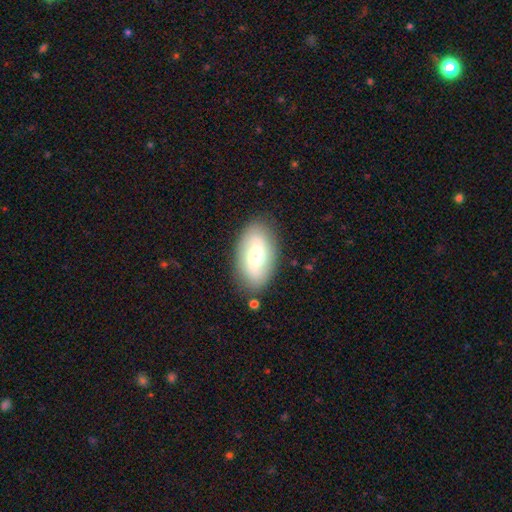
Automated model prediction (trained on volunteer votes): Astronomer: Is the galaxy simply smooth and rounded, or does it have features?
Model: smooth — 52% (runner-up: featured or disk, 40%).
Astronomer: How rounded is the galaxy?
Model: in between — 91%.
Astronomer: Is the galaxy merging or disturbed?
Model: none — 83%.